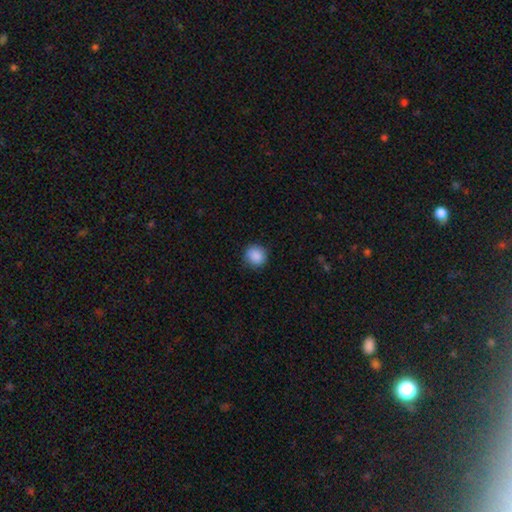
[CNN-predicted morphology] Smooth or featured? Predicted: smooth (p=0.89). How rounded? Predicted: round (p=0.87). Merging? Predicted: none (p=0.86).